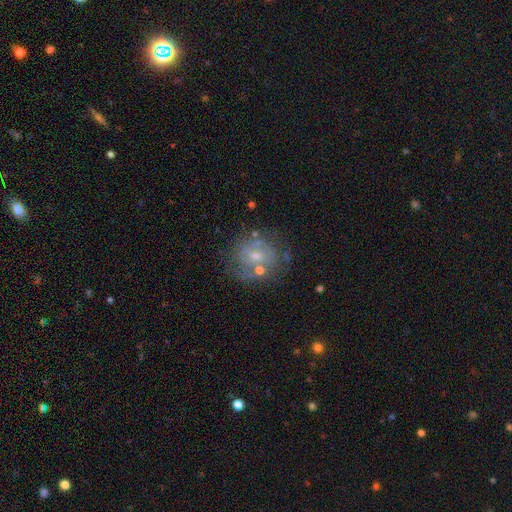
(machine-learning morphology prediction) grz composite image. It shows a featured or disk galaxy (53%) with no bar (67%), spiral arms (51%) and a small central bulge (49%). Merging: none (61%).